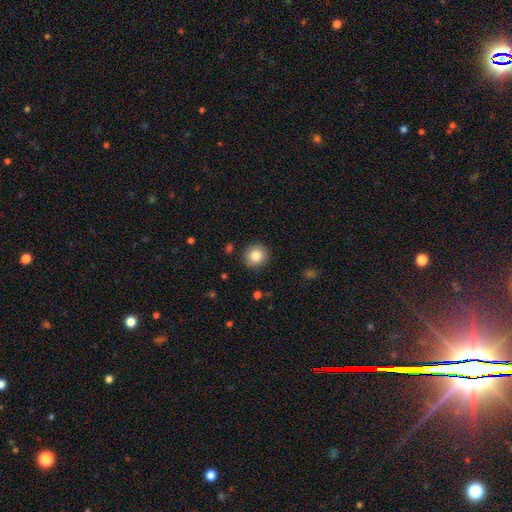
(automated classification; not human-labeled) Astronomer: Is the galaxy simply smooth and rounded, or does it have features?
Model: smooth — 84%.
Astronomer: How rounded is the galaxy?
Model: round — 92%.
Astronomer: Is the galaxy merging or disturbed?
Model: none — 90%.